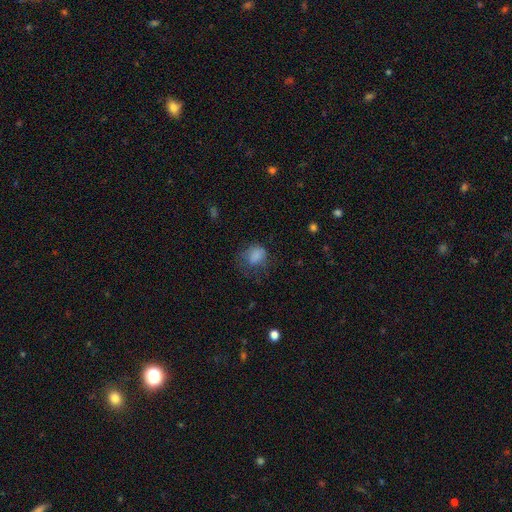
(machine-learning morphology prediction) A smooth galaxy with no disk features (78%) that is in between round and cigar-shaped (51%). Merging: none (47%).